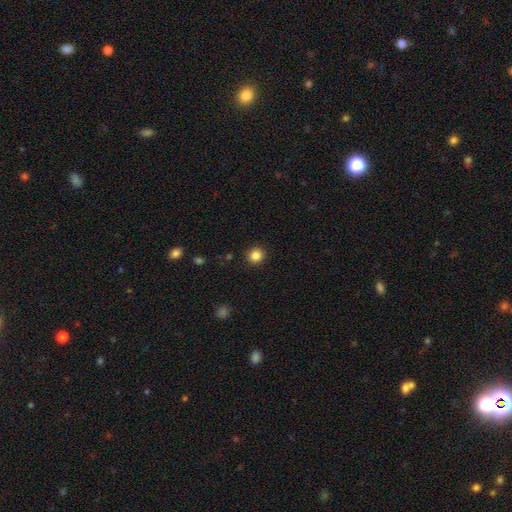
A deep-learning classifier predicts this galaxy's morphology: This appears to be a smooth galaxy with no disk features (85%) that is round (91%). Merging: none (91%).